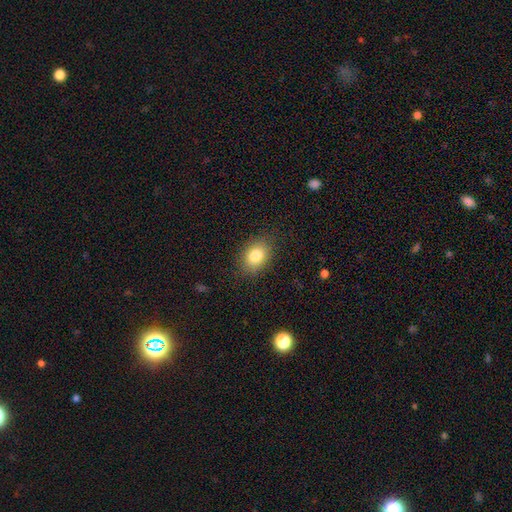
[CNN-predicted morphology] type=smooth (82%); roundness=in between (71%); merging=none (84%).